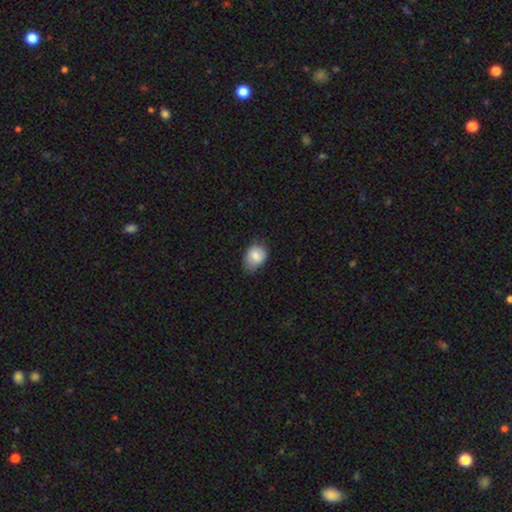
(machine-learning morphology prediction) Smooth or featured? smooth (83%)
How rounded? in between (61%)
Merging? none (59%)